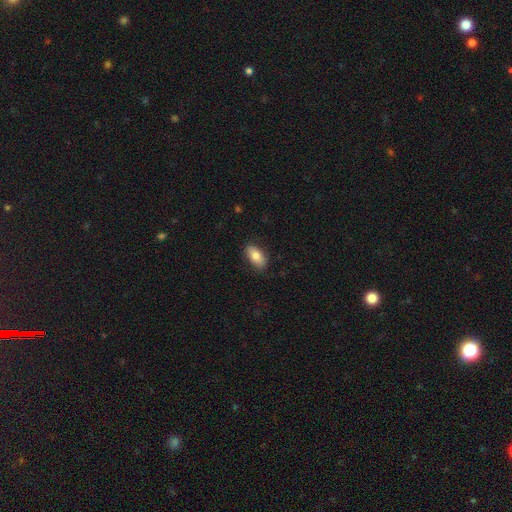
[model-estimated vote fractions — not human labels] The model was most divided on "smooth or featured": smooth: 81%, featured or disk: 12%, star or artifact: 7%. More confident: how rounded — in between (90%); merging — none (85%).